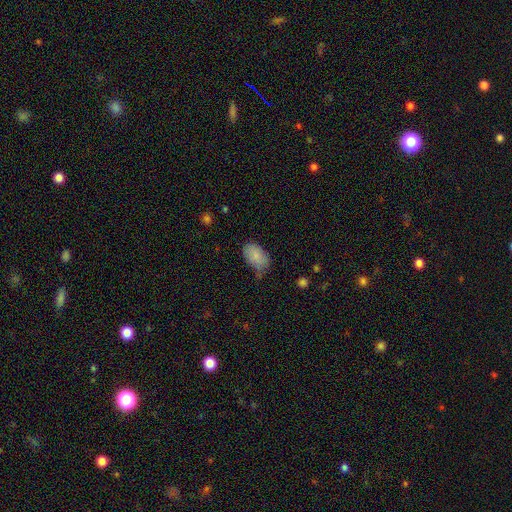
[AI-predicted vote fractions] Smooth or featured? Predicted: smooth (p=0.83). How rounded? Predicted: in between (p=0.90). Merging? Predicted: none (p=0.50).